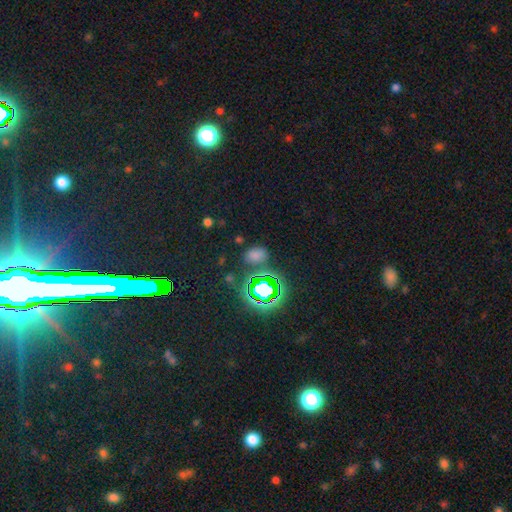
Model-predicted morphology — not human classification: Overall: smooth (55%; star or artifact 38%). How rounded: in between (72%). Merging: none (76%).